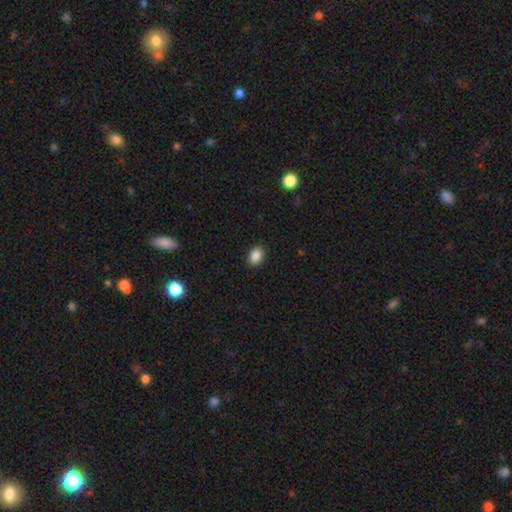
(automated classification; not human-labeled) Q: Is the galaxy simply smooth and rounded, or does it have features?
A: smooth — 87%.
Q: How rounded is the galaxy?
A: in between — 72%.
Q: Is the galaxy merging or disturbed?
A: none — 89%.